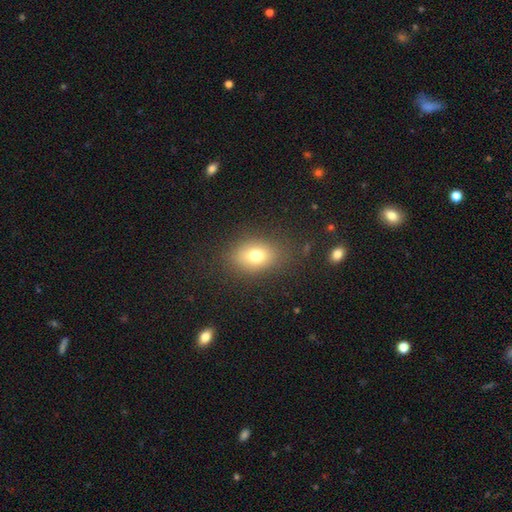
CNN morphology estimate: This appears to be a smooth galaxy with no disk features (74%) that is in between round and cigar-shaped (71%). Merging: none (81%).